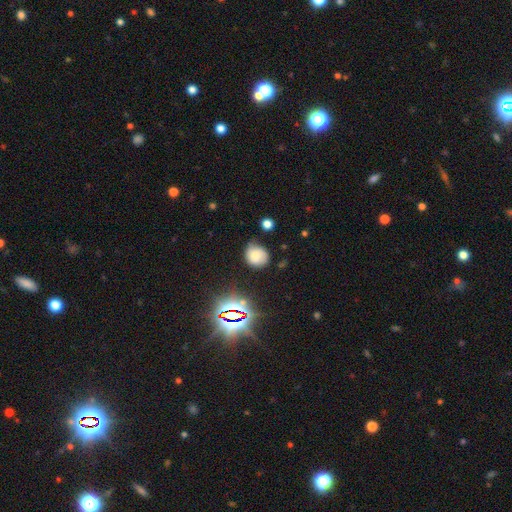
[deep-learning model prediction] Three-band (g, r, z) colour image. It shows a smooth galaxy with no disk features (64%) that is round (74%). Merging: none (63%).